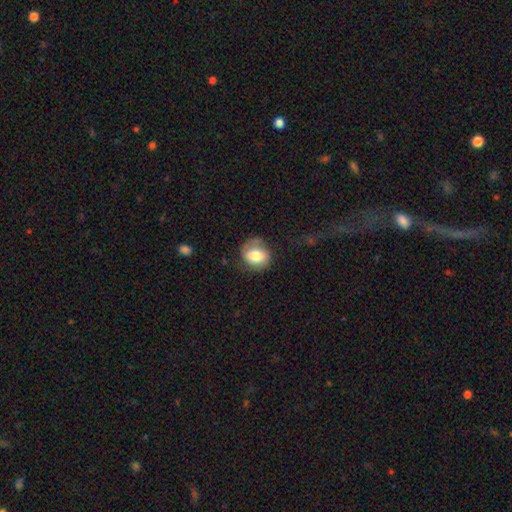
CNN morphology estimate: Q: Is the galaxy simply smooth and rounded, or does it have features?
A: smooth — 74%.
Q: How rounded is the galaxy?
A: round — 63%.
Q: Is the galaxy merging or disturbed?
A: none — 63%.